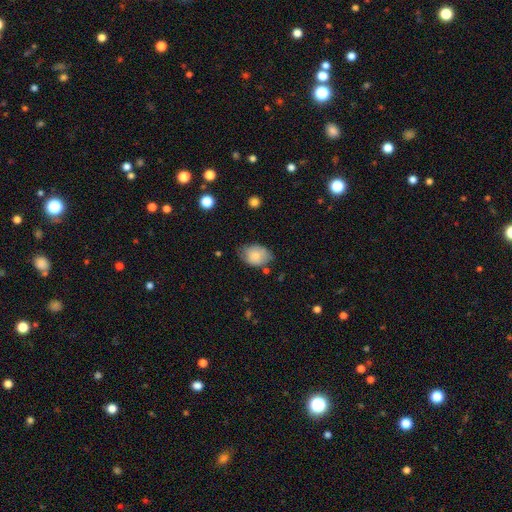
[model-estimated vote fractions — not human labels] smooth 79%, featured or disk 14%, star or artifact 7%. Down the decision tree: how rounded — in between (75%); merging — none (58%).